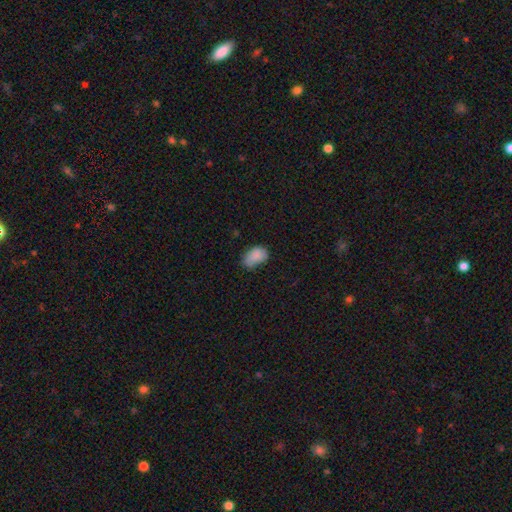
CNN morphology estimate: Smooth or featured: smooth — 85% (star or artifact — 8%)
How rounded: in between — 86% (round — 13%)
Merging: none — 48% (minor disturbance — 39%)